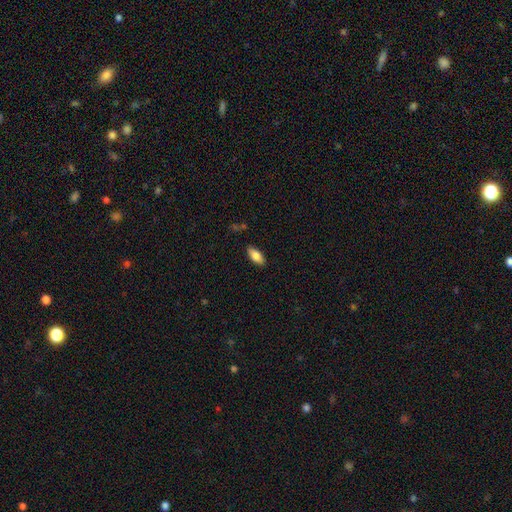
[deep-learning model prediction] Morphology: type=smooth (81%); roundness=in between (86%); merging=none (87%).